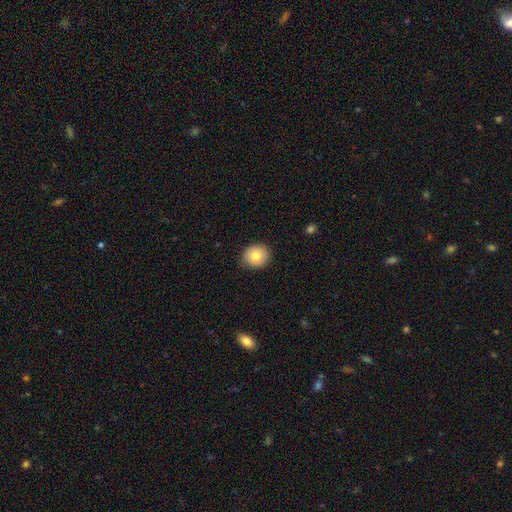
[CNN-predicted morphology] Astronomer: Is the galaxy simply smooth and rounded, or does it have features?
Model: smooth — 80%.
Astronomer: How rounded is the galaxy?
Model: round — 78%.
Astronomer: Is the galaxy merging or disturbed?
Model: none — 87%.